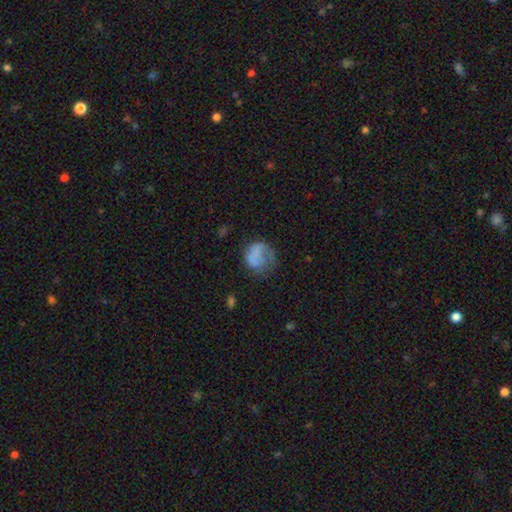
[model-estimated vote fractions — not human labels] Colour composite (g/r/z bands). It shows a smooth galaxy with no disk features (59%) that is round (69%). Merging: major disturbance (37%).